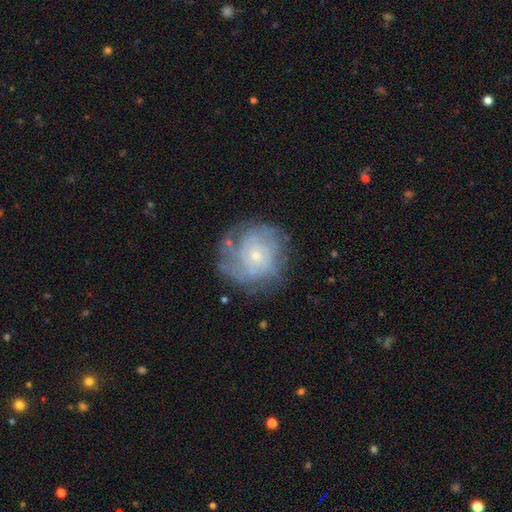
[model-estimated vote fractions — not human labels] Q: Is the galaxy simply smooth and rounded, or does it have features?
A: featured or disk — 72%.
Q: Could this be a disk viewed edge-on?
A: no — 98%.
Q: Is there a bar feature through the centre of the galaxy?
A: no — 78%.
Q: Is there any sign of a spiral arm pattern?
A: yes — 85%.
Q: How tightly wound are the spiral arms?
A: tight — 67%.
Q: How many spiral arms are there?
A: can't tell — 50%.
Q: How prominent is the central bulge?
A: small — 70%.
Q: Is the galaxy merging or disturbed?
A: none — 72%.